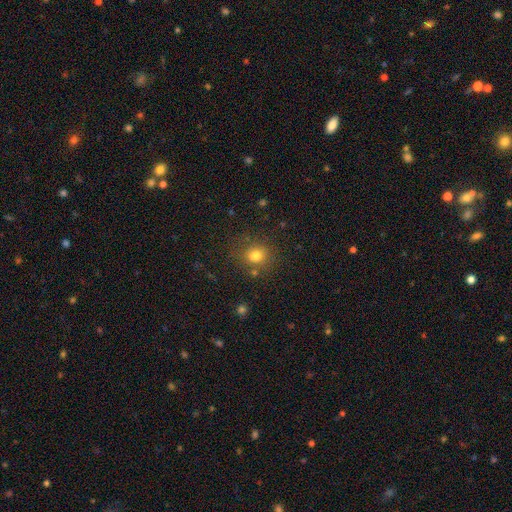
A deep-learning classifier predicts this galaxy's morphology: The model was most divided on "how rounded": round: 75%, in between: 24%, cigar-shaped: 1%. More confident: merging — none (79%); smooth or featured — smooth (78%).